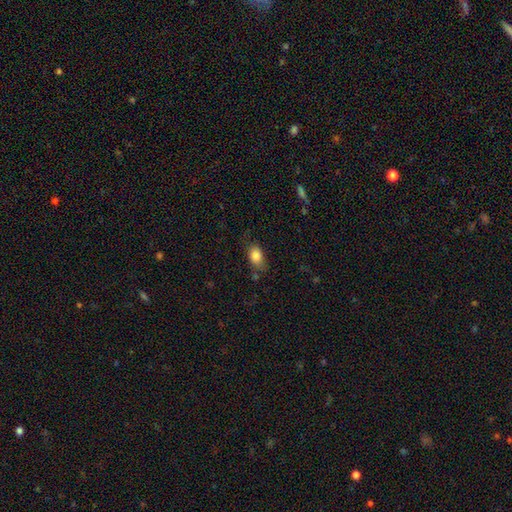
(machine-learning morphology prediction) Smooth or featured? Predicted: smooth (p=0.85). How rounded? Predicted: in between (p=0.82). Merging? Predicted: none (p=0.66).